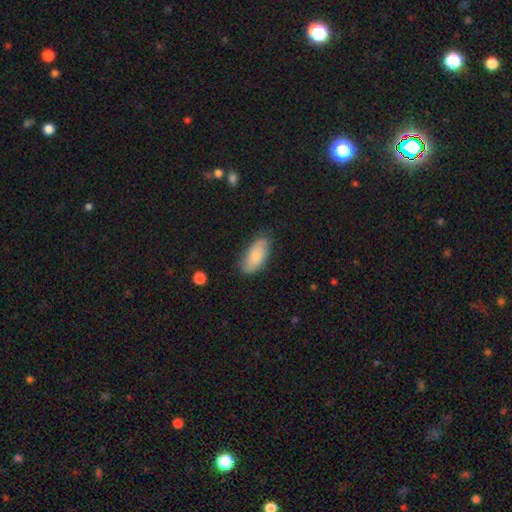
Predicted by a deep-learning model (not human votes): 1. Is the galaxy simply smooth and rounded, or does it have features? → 69% smooth, 25% featured or disk, 6% star or artifact.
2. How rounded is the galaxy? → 91% in between, 7% cigar-shaped, 3% round.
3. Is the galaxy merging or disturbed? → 74% none, 21% minor disturbance, 4% major disturbance, 1% merger.